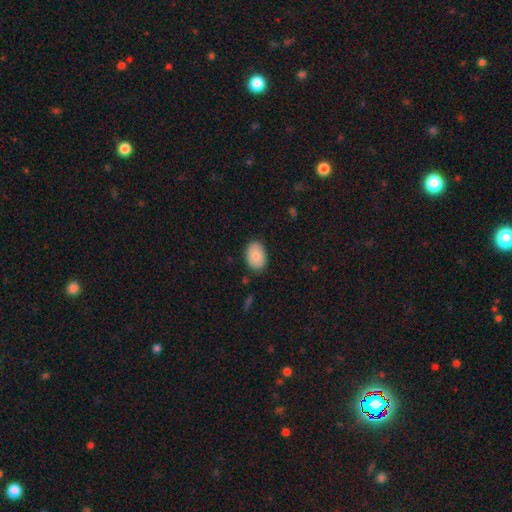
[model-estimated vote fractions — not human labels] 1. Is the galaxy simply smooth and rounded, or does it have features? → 85% smooth, 8% featured or disk, 6% star or artifact.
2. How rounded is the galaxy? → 84% in between, 15% round, 1% cigar-shaped.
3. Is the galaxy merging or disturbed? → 86% none, 11% minor disturbance, 2% major disturbance, 1% merger.